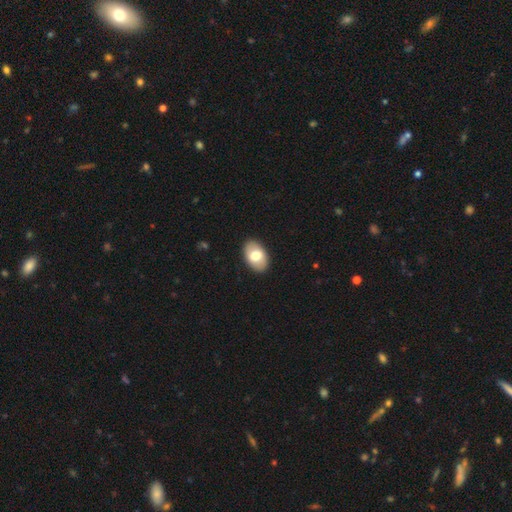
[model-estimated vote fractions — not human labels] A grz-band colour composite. It shows a smooth galaxy with no disk features (73%) that is in between round and cigar-shaped (91%). Merging: none (90%).